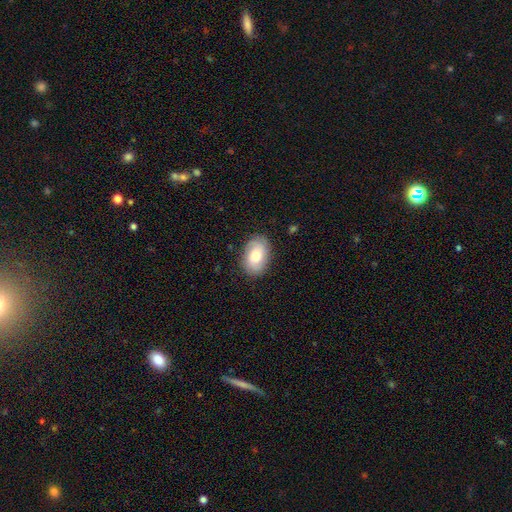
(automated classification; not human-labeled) A smooth galaxy with no disk features (66%) that is in between round and cigar-shaped (86%). Merging: none (83%).